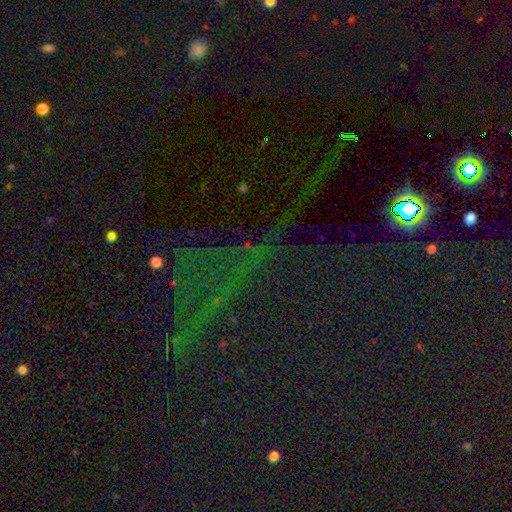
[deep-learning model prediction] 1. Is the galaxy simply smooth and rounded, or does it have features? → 77% star or artifact, 12% smooth, 10% featured or disk.